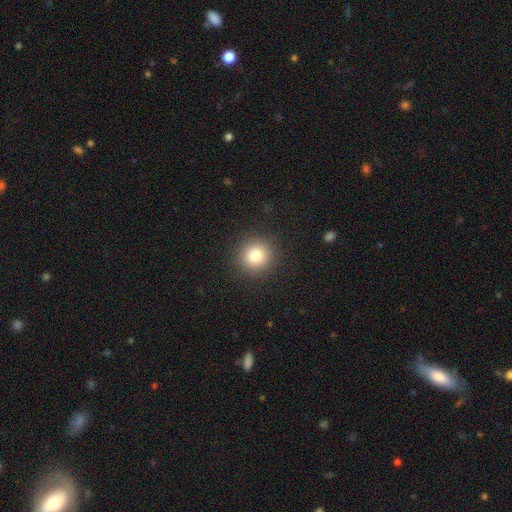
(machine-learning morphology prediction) Overall: smooth (81%). How rounded: round (93%). Merging: none (91%).